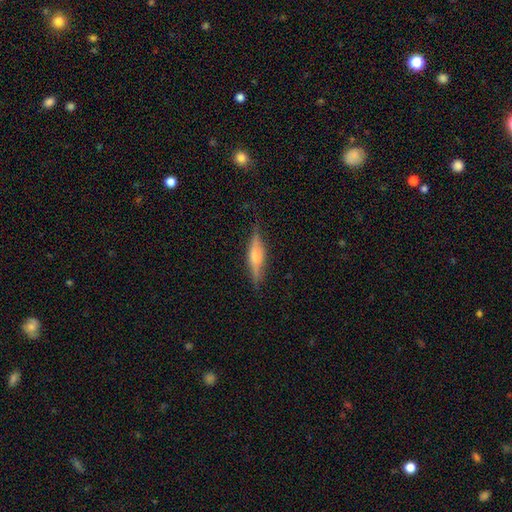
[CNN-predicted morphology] Smooth or featured? Predicted: featured or disk (p=0.59). Edge-on disk? Predicted: yes (p=0.96). Edge-on bulge? Predicted: rounded (p=0.78). Merging? Predicted: none (p=0.85).